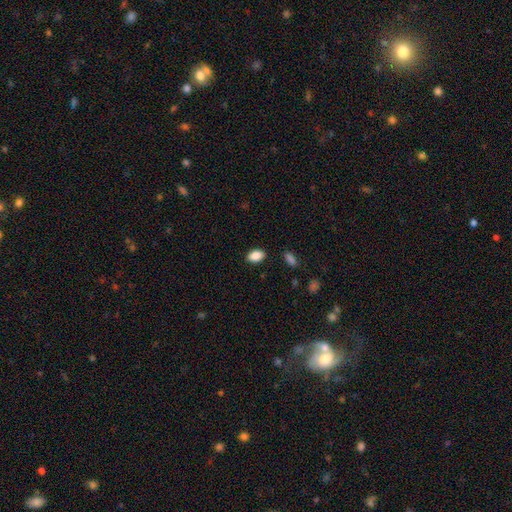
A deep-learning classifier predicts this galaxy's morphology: The model was most divided on "merging": none: 86%, minor disturbance: 10%, major disturbance: 2%, merger: 2%. More confident: how rounded — in between (89%); smooth or featured — smooth (89%).